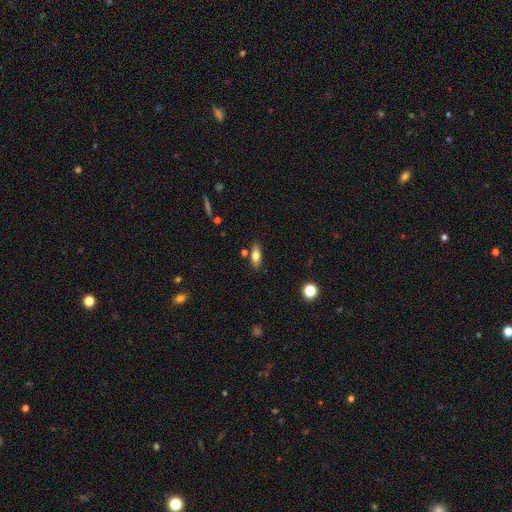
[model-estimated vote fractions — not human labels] A smooth galaxy with no disk features (72%) that is in between round and cigar-shaped (75%). Merging: none (81%).